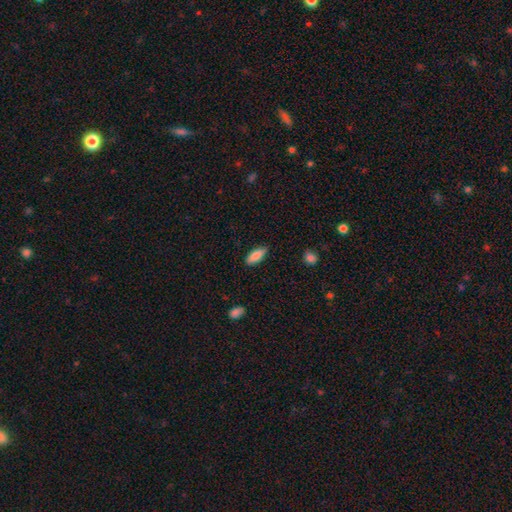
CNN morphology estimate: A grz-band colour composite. It shows a smooth galaxy with no disk features (86%) that is in between round and cigar-shaped (78%). Merging: none (82%).